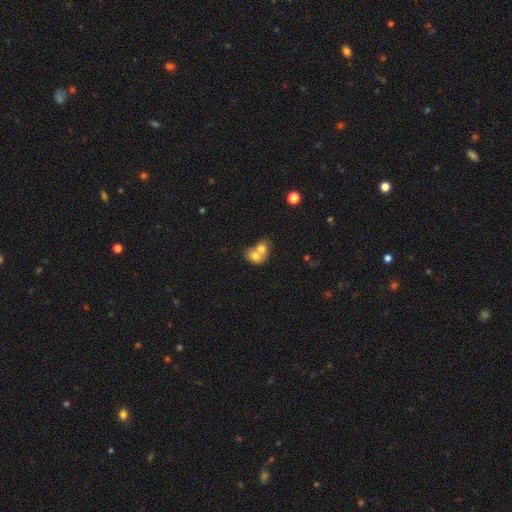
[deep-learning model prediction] smooth 69%, featured or disk 22%, star or artifact 9%. Down the decision tree: how rounded — round (50%); merging — merger (76%).